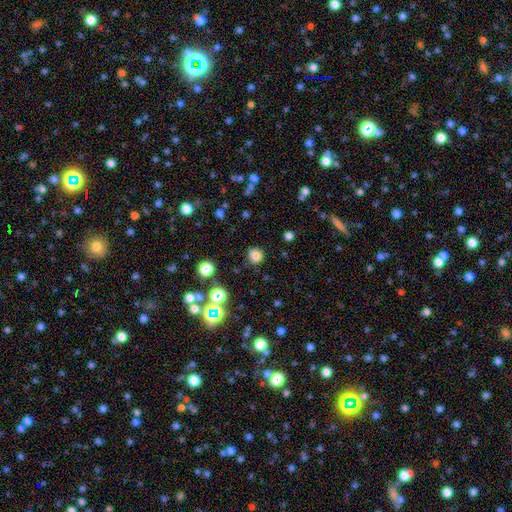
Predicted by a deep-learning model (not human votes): A smooth galaxy with no disk features (77%) that is round (88%). Merging: none (84%).